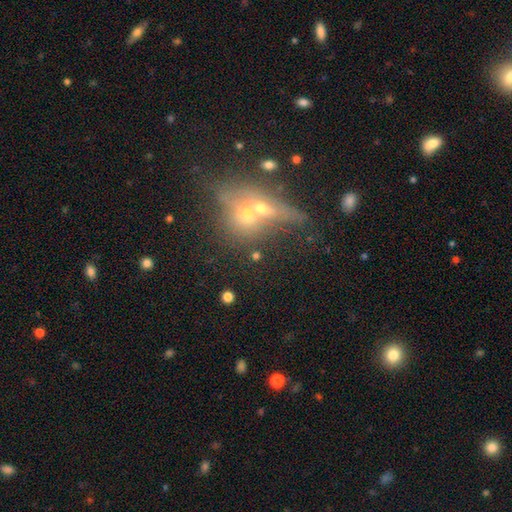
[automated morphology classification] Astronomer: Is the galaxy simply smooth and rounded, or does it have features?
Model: smooth — 45% (runner-up: featured or disk, 32%).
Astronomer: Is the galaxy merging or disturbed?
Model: merger — 51% (runner-up: none, 33%).